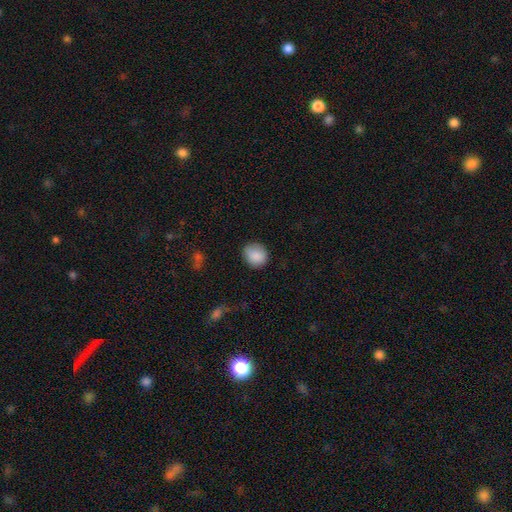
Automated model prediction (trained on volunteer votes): This appears to be a smooth galaxy with no disk features (87%) that is round (73%). Merging: none (79%).